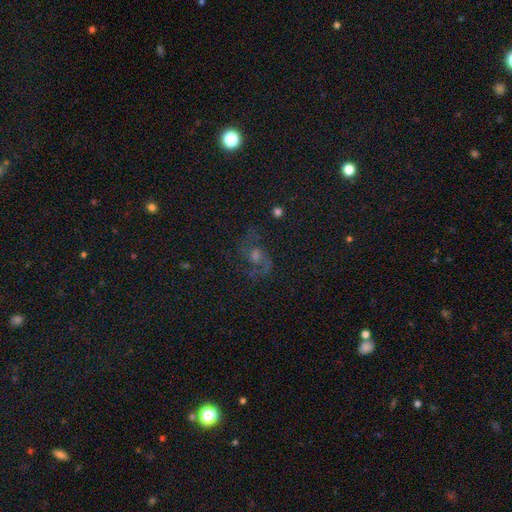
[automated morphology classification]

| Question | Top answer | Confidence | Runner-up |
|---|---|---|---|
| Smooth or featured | featured or disk | 60% | star or artifact (24%) |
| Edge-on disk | no | 96% | yes (4%) |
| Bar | no | 64% | weak (29%) |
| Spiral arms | yes | 90% | no (10%) |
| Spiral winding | medium | 50% | loose (33%) |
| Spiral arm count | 2 | 80% | can't tell (9%) |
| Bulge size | moderate | 56% | small (27%) |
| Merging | none | 73% | minor disturbance (14%) |